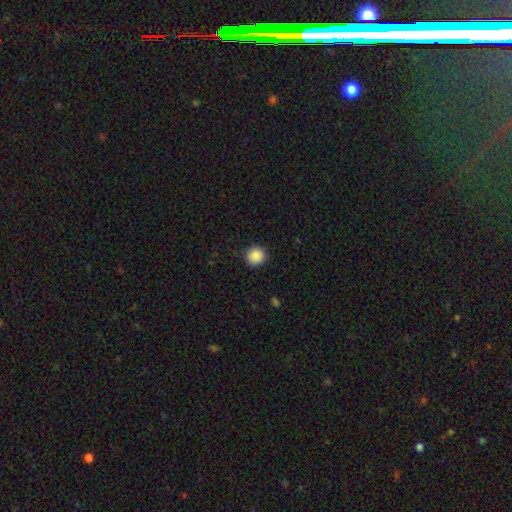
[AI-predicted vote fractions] smooth-or-featured: smooth: 88% | star or artifact: 9% | featured or disk: 2%
  how-rounded: round: 93% | in between: 6% | cigar-shaped: 1%
  merging: none: 90% | minor disturbance: 7% | major disturbance: 2% | merger: 1%